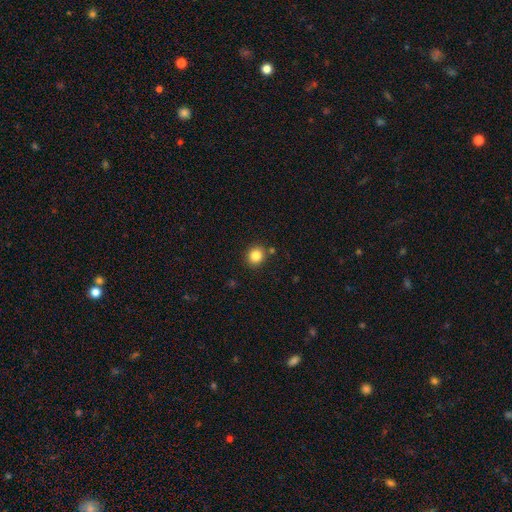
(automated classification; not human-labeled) Overall: smooth (85%). How rounded: round (84%). Merging: none (86%).